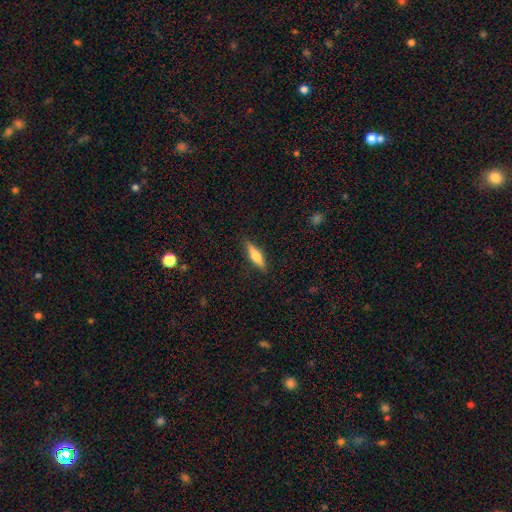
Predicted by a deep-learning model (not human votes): This appears to be a smooth galaxy with no disk features (56%) that is cigar-shaped (68%). Merging: none (87%).